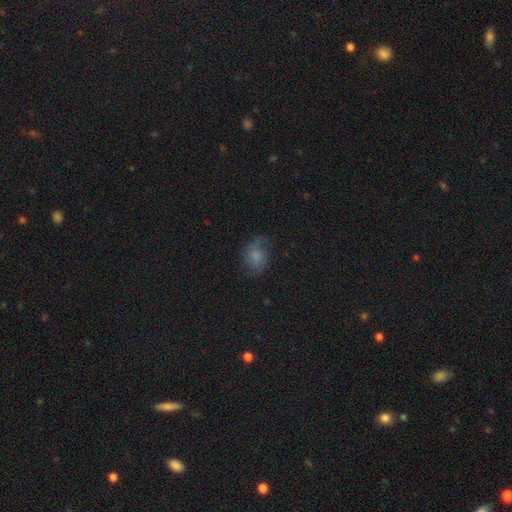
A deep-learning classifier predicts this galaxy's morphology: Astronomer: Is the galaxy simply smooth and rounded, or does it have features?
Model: smooth — 52% (runner-up: featured or disk, 34%).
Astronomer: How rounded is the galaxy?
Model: in between — 53% (runner-up: round, 46%).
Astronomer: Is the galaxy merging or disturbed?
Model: none — 54%.